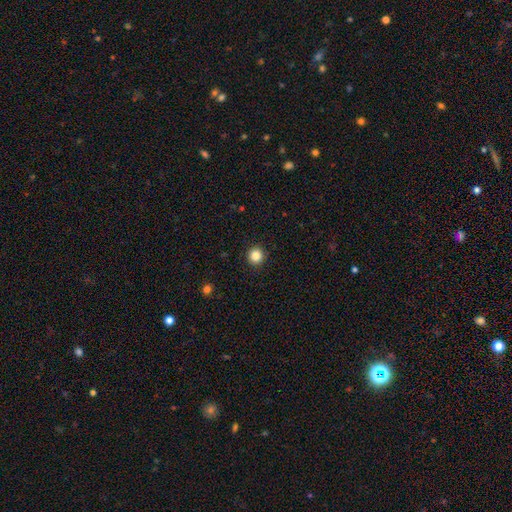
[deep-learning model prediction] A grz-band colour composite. It shows a smooth galaxy with no disk features (85%) that is round (95%). Merging: none (93%).